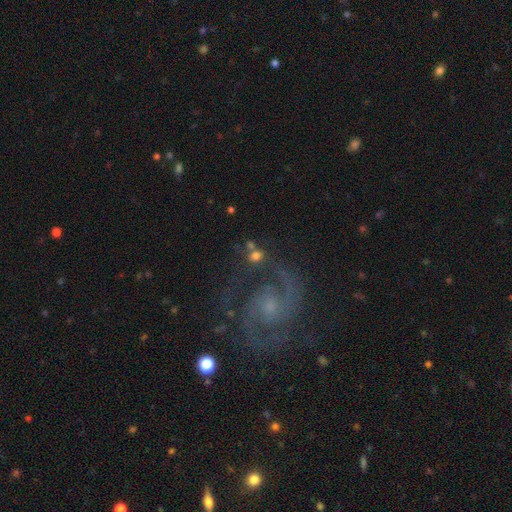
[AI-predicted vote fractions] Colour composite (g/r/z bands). It shows a smooth galaxy with no disk features (54%) that is round (74%). Merging: none (56%).